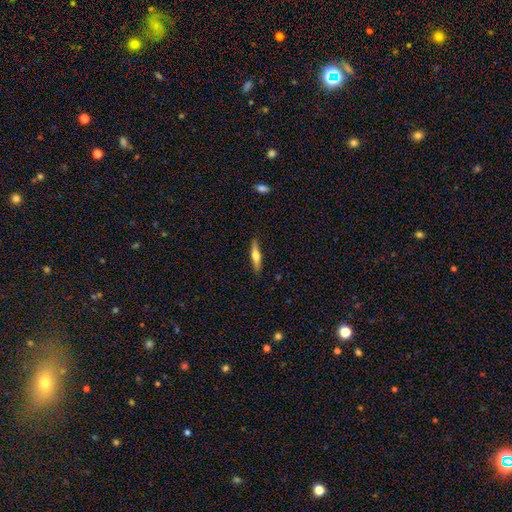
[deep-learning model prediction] Smooth or featured? smooth (51%)
How rounded? cigar-shaped (83%)
Merging? none (88%)